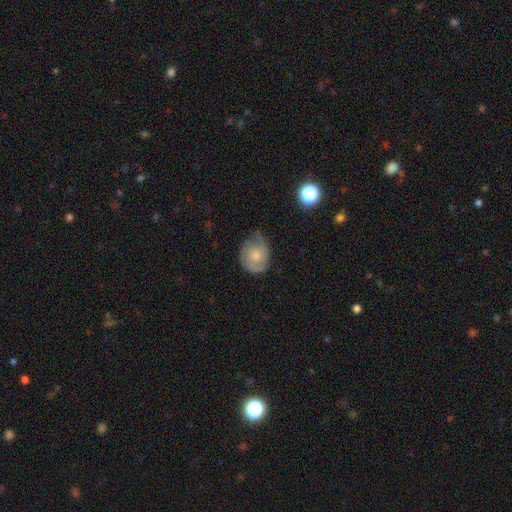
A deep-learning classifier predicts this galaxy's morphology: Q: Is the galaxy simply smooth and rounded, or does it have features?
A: featured or disk — 50%.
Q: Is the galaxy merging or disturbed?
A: none — 46%.